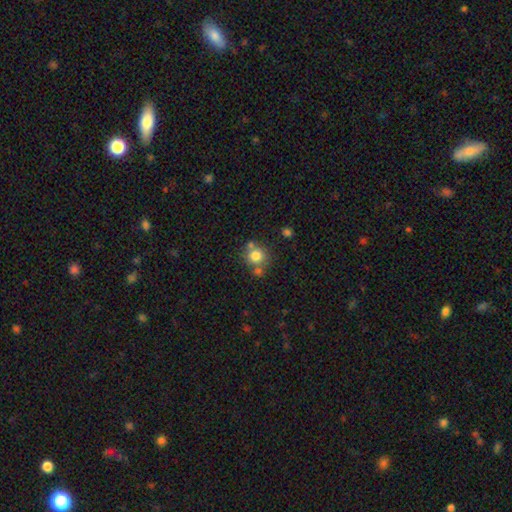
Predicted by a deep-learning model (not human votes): Smooth or featured? Predicted: smooth (p=0.78). How rounded? Predicted: round (p=0.89). Merging? Predicted: none (p=0.65).